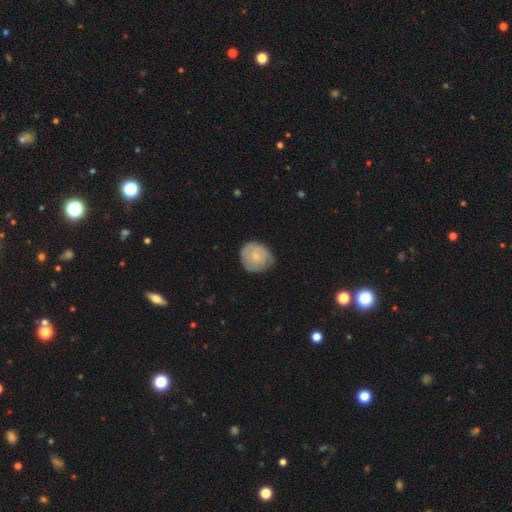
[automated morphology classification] Smooth or featured: smooth — 61% (featured or disk — 32%)
How rounded: round — 83% (in between — 16%)
Merging: none — 68% (minor disturbance — 25%)